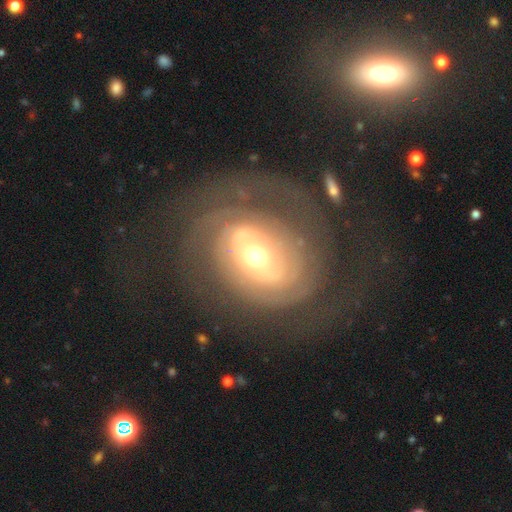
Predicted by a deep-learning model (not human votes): A featured or disk galaxy (80%) with no bar (54%), 2 (45%) tight (57%) spiral arms (83%) and a moderate central bulge (67%).

Vote fractions:
- Smooth or featured? featured or disk: 80% / smooth: 13% / star or artifact: 6%
- Edge-on disk? no: 96% / yes: 4%
- Bar? no: 54% / weak: 30% / strong: 17%
- Spiral arms? yes: 83% / no: 17%
- Spiral winding? tight: 57% / medium: 28% / loose: 14%
- Spiral arm count? 2: 45% / can't tell: 29% / 3: 9% / 1: 9% / 4: 4% / more than 4: 4%
- Bulge size? moderate: 67% / small: 15% / large: 14% / dominant: 2% / none: 1%
- Merging? none: 60% / major disturbance: 22% / minor disturbance: 16% / merger: 2%